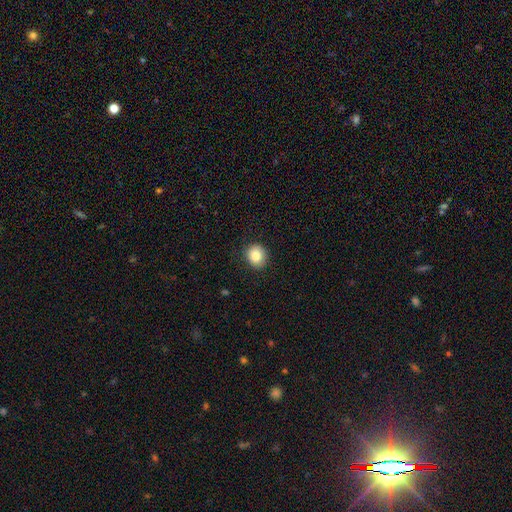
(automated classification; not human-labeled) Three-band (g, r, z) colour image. It shows a smooth galaxy with no disk features (83%) that is round (77%). Merging: none (90%).